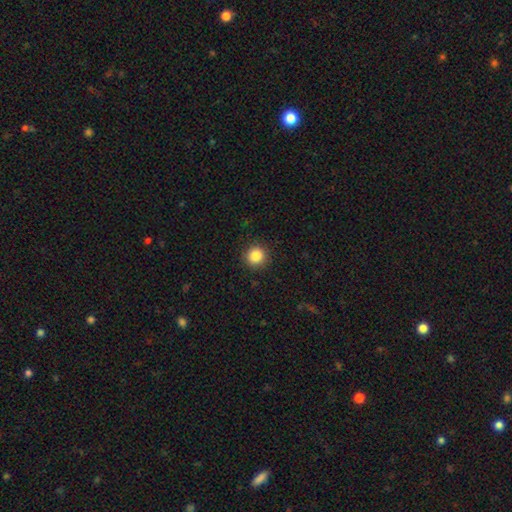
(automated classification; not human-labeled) Smooth or featured? smooth (86%)
How rounded? round (93%)
Merging? none (91%)